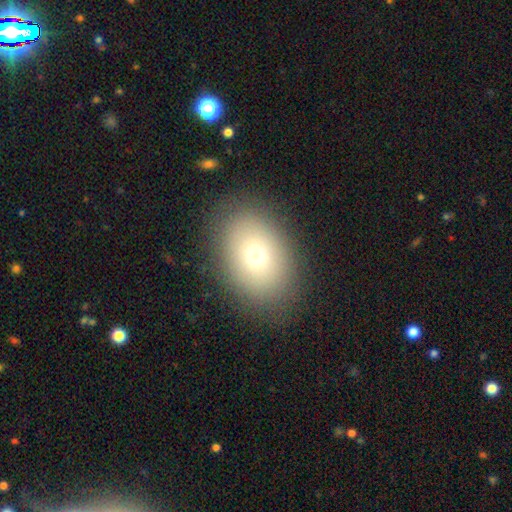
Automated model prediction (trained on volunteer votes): Smooth or featured? Predicted: smooth (p=0.72). How rounded? Predicted: in between (p=0.74). Merging? Predicted: none (p=0.85).